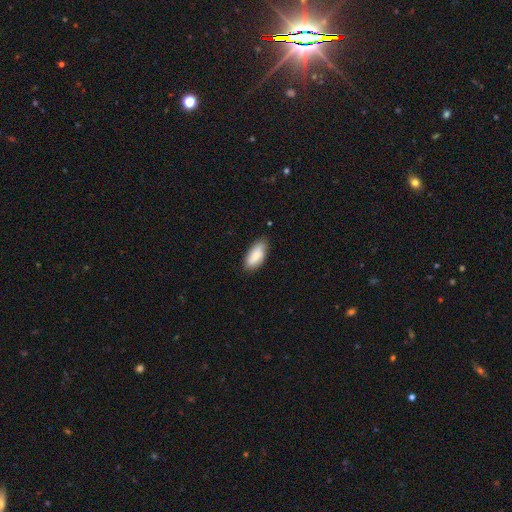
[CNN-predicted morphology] smooth 76%, featured or disk 18%, star or artifact 6%. Down the decision tree: how rounded — in between (91%); merging — none (73%).